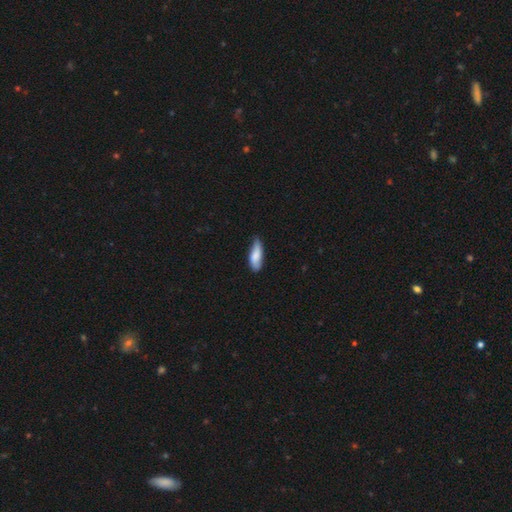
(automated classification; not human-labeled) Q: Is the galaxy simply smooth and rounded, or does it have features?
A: smooth — 78%.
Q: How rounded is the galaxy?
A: in between — 58%.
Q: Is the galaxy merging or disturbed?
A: none — 64%.